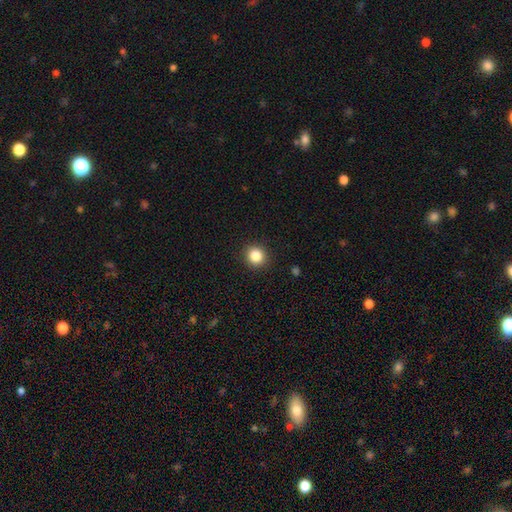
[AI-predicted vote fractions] Q: Smooth or featured?
A: smooth (85%); runner-up: star or artifact (11%)
Q: How rounded?
A: round (91%); runner-up: in between (8%)
Q: Merging?
A: none (92%); runner-up: minor disturbance (5%)